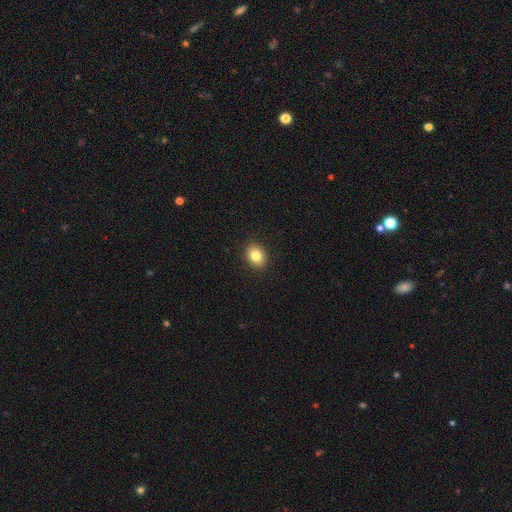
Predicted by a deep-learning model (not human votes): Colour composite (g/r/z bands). It shows a smooth galaxy with no disk features (83%) that is in between round and cigar-shaped (53%). Merging: none (91%).